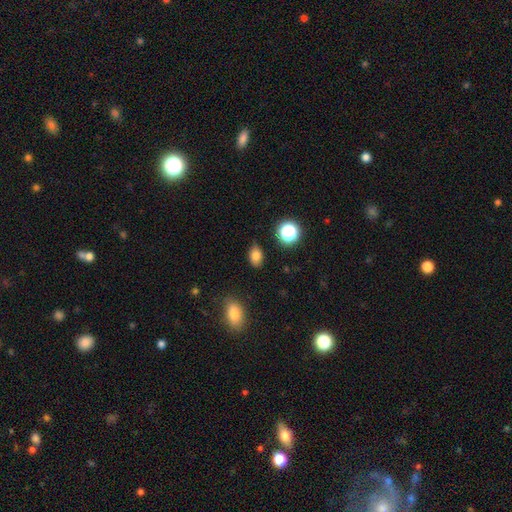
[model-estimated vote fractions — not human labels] Smooth or featured? Predicted: smooth (p=0.81). How rounded? Predicted: in between (p=0.78). Merging? Predicted: none (p=0.79).